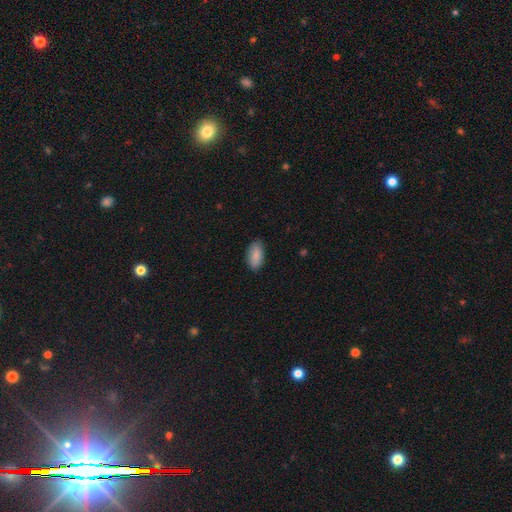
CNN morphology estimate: Smooth or featured? Predicted: smooth (p=0.88). How rounded? Predicted: in between (p=0.93). Merging? Predicted: none (p=0.85).